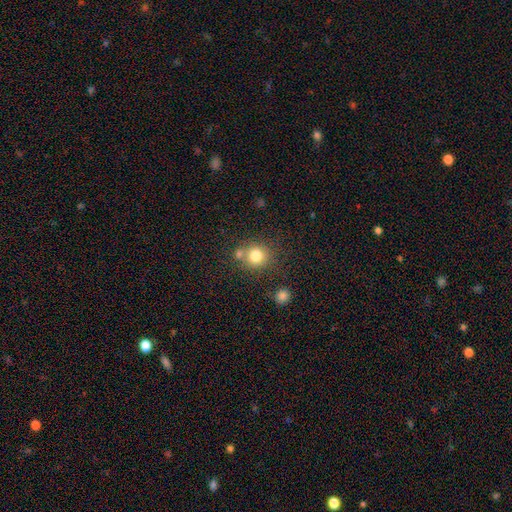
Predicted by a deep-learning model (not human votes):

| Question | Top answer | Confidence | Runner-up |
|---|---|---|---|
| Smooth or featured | smooth | 79% | star or artifact (12%) |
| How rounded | round | 87% | in between (12%) |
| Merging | none | 65% | merger (21%) |